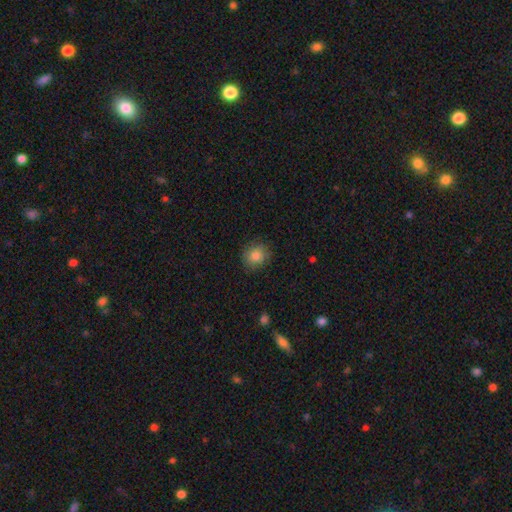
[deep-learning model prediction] Smooth or featured? Predicted: smooth (p=0.84). How rounded? Predicted: round (p=0.79). Merging? Predicted: none (p=0.84).